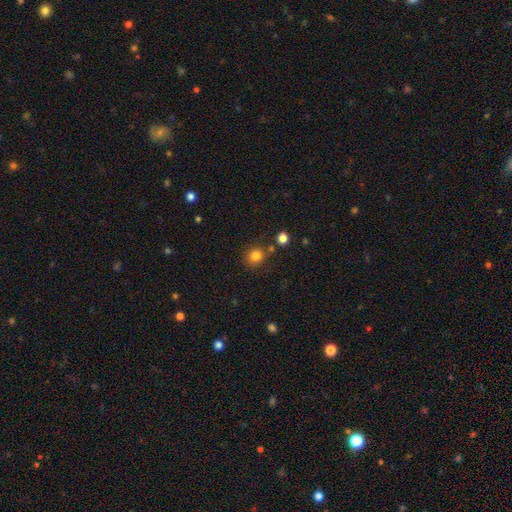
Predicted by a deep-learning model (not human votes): The model was most divided on "merging": none: 77%, minor disturbance: 11%, merger: 9%, major disturbance: 3%. More confident: how rounded — round (83%); smooth or featured — smooth (82%).